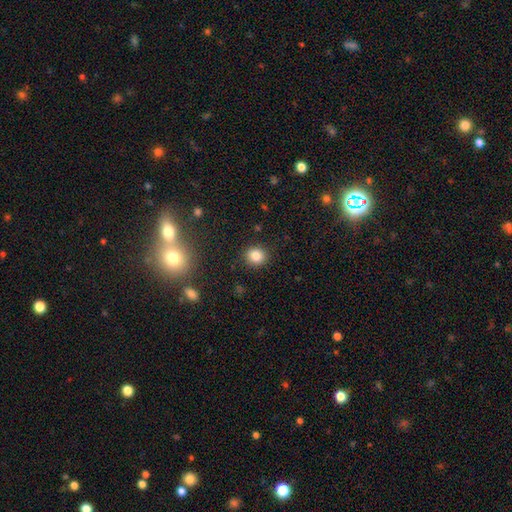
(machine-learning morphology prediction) Smooth or featured? Predicted: smooth (p=0.82). How rounded? Predicted: round (p=0.83). Merging? Predicted: none (p=0.90).